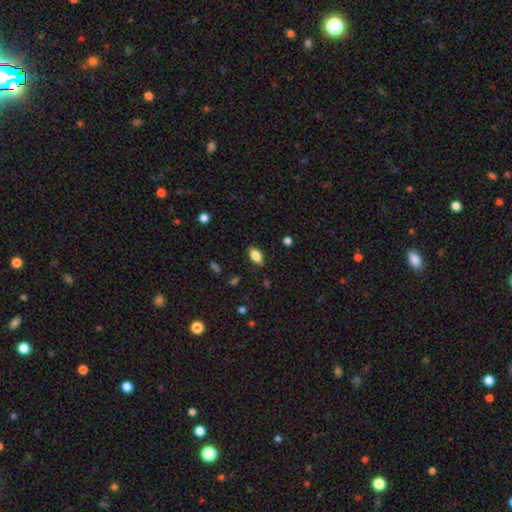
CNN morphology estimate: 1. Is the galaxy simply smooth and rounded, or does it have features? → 82% smooth, 10% featured or disk, 8% star or artifact.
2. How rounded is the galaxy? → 89% in between, 6% round, 5% cigar-shaped.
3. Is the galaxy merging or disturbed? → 83% none, 13% minor disturbance, 3% major disturbance, 1% merger.